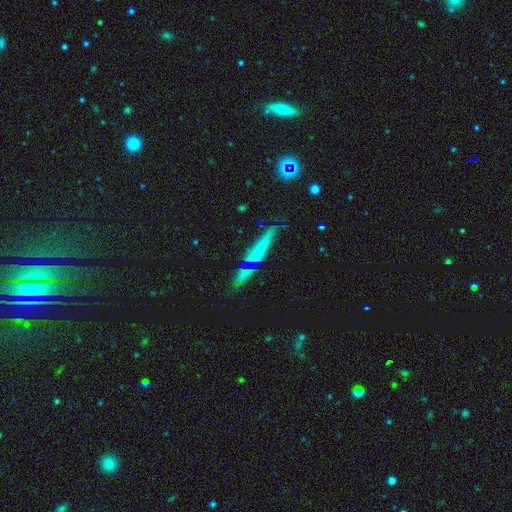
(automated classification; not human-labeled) The model was most divided on "smooth or featured": smooth: 48%, featured or disk: 37%, star or artifact: 15%. More confident: merging — none (61%).